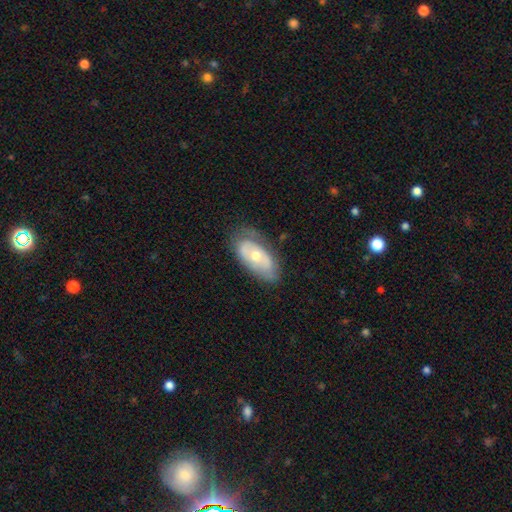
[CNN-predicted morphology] smooth-or-featured: featured or disk: 57% | smooth: 36% | star or artifact: 6%
  disk-edge-on: no: 89% | yes: 11%
    bar: no: 81% | weak: 15% | strong: 5%
    has-spiral-arms: no: 56% | yes: 44%
    bulge-size: moderate: 62% | small: 32% | large: 4% | none: 1% | dominant: 1%
  merging: none: 67% | minor disturbance: 24% | major disturbance: 8% | merger: 1%